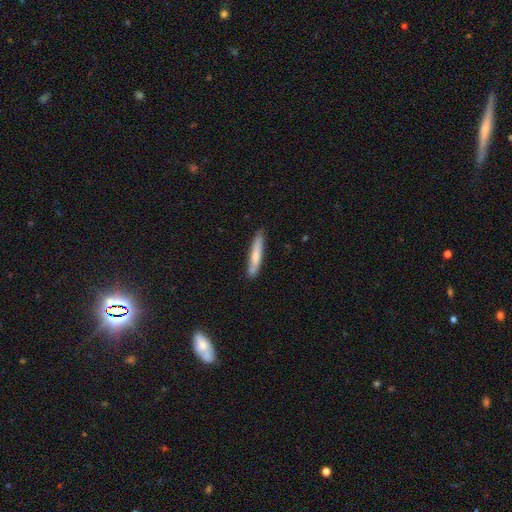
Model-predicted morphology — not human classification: The model was most divided on "smooth or featured": smooth: 69%, featured or disk: 25%, star or artifact: 6%. More confident: how rounded — cigar-shaped (91%); merging — none (76%).